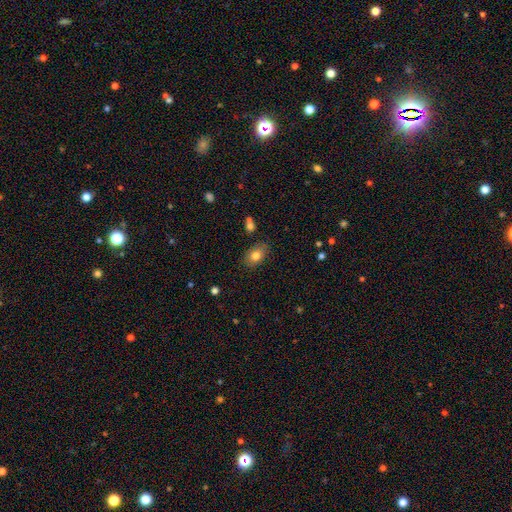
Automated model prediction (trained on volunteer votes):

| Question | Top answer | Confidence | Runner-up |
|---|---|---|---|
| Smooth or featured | smooth | 80% | featured or disk (11%) |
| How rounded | in between | 81% | round (18%) |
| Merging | none | 80% | minor disturbance (14%) |